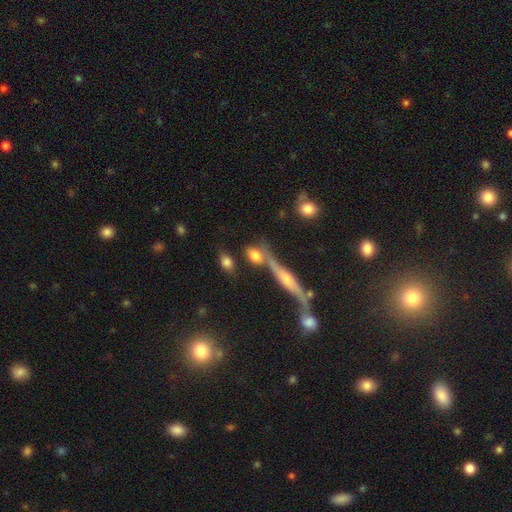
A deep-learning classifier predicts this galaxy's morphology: The model was most divided on "merging": none: 53%, merger: 26%, minor disturbance: 15%, major disturbance: 6%. More confident: smooth or featured — smooth (72%); how rounded — in between (64%).